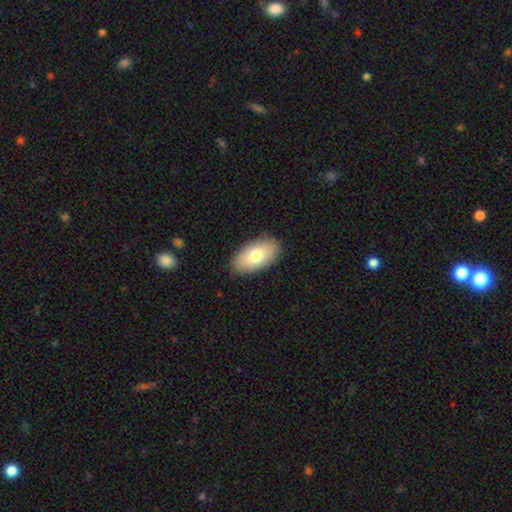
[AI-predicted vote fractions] Smooth or featured: smooth — 76% (featured or disk — 18%)
How rounded: in between — 95% (round — 3%)
Merging: none — 87% (minor disturbance — 10%)